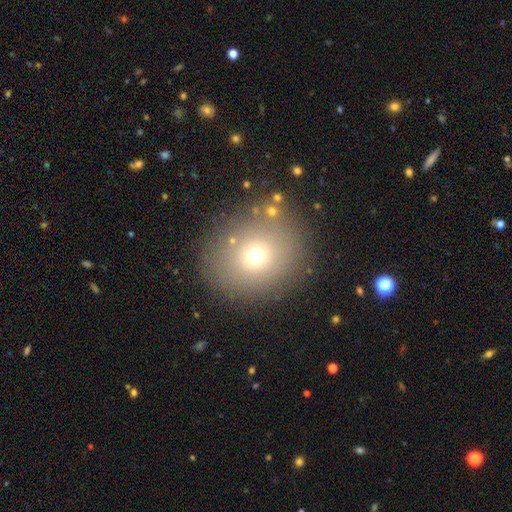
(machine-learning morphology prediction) Smooth or featured? Predicted: smooth (p=0.67). How rounded? Predicted: round (p=0.82). Merging? Predicted: none (p=0.84).